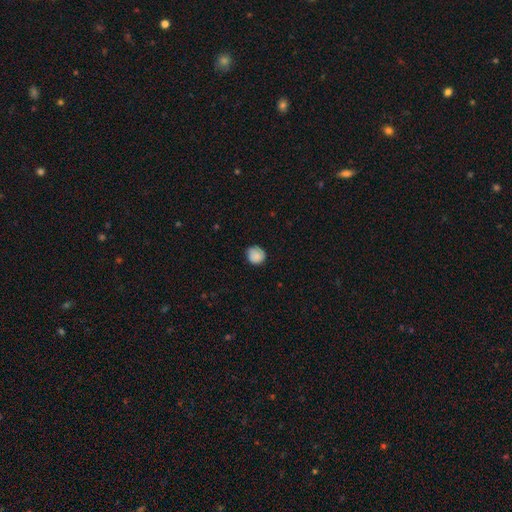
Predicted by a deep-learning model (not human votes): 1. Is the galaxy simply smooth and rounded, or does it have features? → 87% smooth, 8% star or artifact, 5% featured or disk.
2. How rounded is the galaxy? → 90% round, 9% in between, 1% cigar-shaped.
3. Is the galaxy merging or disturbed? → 83% none, 13% minor disturbance, 2% major disturbance, 1% merger.